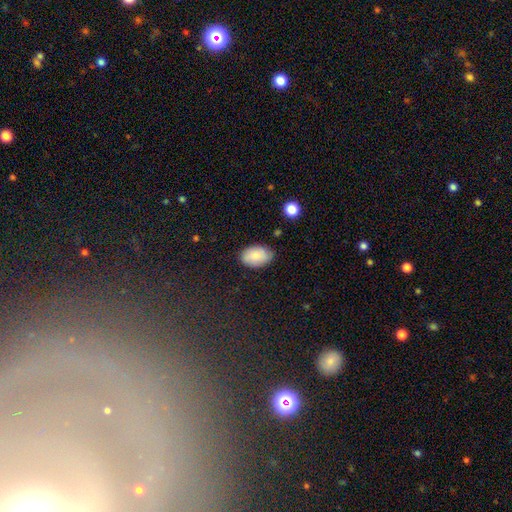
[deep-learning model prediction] The model was most divided on "merging": none: 73%, minor disturbance: 22%, major disturbance: 4%, merger: 2%. More confident: how rounded — in between (90%); smooth or featured — smooth (79%).